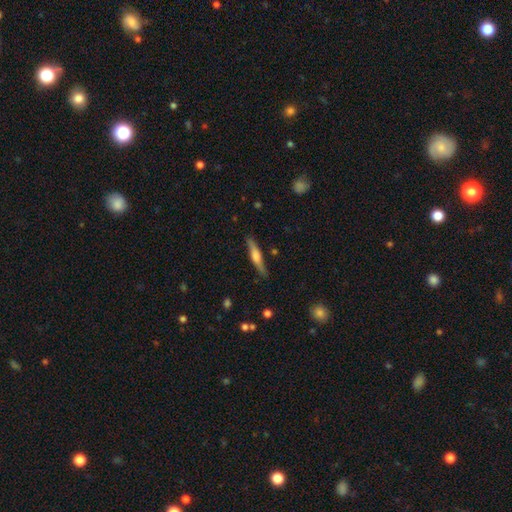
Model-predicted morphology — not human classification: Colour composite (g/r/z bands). It shows a featured or disk galaxy (55%) viewed edge-on (93%) with a rounded central bulge (66%). Merging: none (84%).